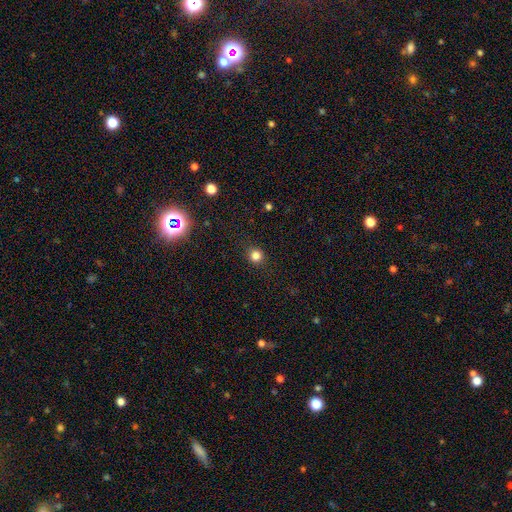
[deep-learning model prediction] smooth 82%, star or artifact 14%, featured or disk 4%. Down the decision tree: how rounded — round (90%); merging — none (90%).